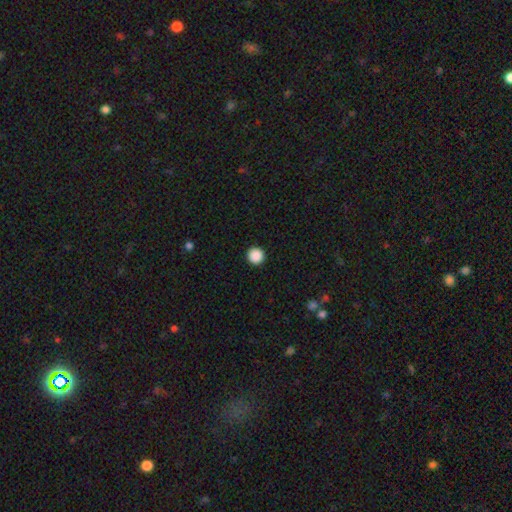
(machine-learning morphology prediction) Smooth or featured? Predicted: smooth (p=0.89). How rounded? Predicted: round (p=0.96). Merging? Predicted: none (p=0.94).